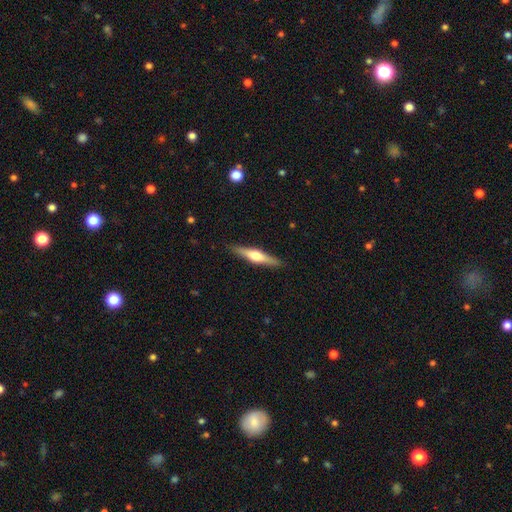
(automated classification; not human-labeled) The model was most divided on "smooth or featured": featured or disk: 63%, smooth: 32%, star or artifact: 5%. More confident: edge-on disk — yes (97%); edge-on bulge — rounded (92%); merging — none (90%).